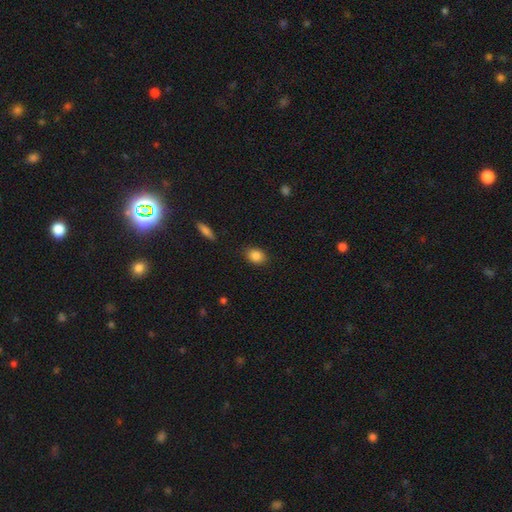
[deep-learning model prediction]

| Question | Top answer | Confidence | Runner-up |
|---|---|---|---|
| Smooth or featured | smooth | 86% | star or artifact (9%) |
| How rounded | in between | 63% | round (36%) |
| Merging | none | 85% | minor disturbance (11%) |